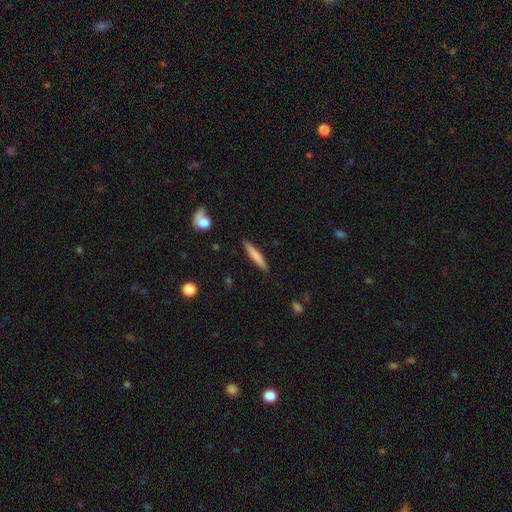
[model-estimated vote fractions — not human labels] Overall: smooth (73%). How rounded: cigar-shaped (92%). Merging: none (89%).